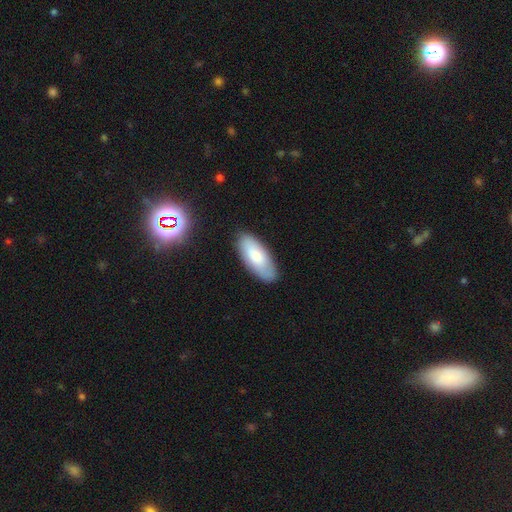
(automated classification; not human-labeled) smooth_or_featured: smooth (p=0.74) [alt: featured or disk p=0.20]
how_rounded: in between (p=0.85) [alt: cigar-shaped p=0.13]
merging: none (p=0.84) [alt: minor disturbance p=0.12]